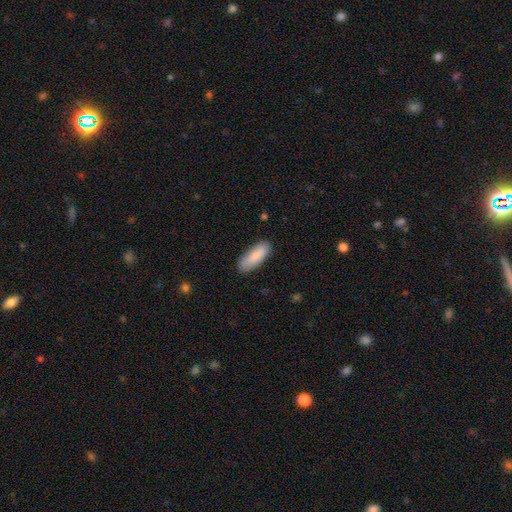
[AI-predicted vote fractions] A smooth galaxy with no disk features (88%) that is in between round and cigar-shaped (68%).

Vote fractions:
- Smooth or featured? smooth: 88% / featured or disk: 7% / star or artifact: 5%
- How rounded? in between: 68% / cigar-shaped: 31% / round: 2%
- Merging? none: 86% / minor disturbance: 11% / major disturbance: 2% / merger: 1%